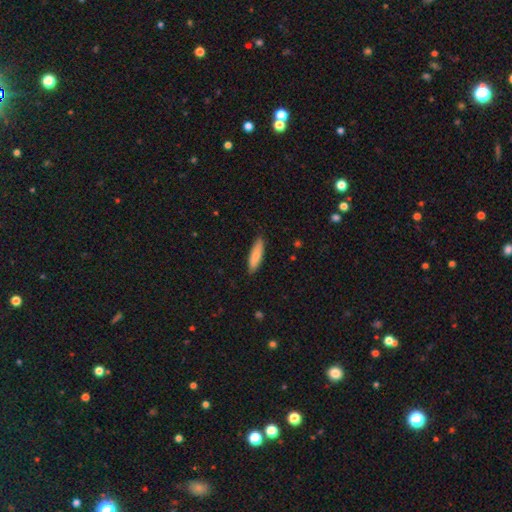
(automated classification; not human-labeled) smooth_or_featured: smooth (p=0.83) [alt: featured or disk p=0.11]
how_rounded: cigar-shaped (p=0.62) [alt: in between p=0.37]
merging: none (p=0.86) [alt: minor disturbance p=0.11]